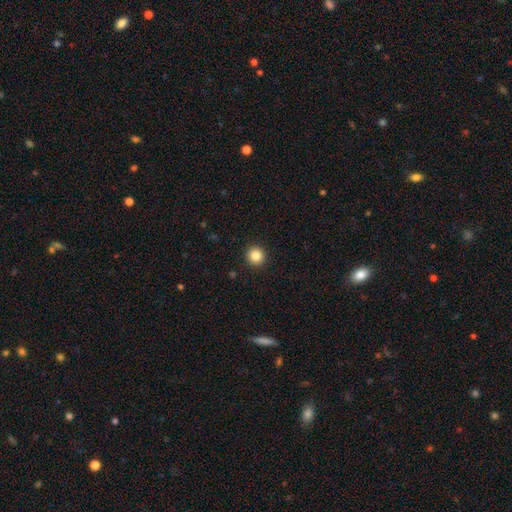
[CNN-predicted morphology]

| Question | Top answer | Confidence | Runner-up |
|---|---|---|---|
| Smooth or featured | smooth | 85% | star or artifact (10%) |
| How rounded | round | 95% | in between (4%) |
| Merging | none | 93% | minor disturbance (4%) |